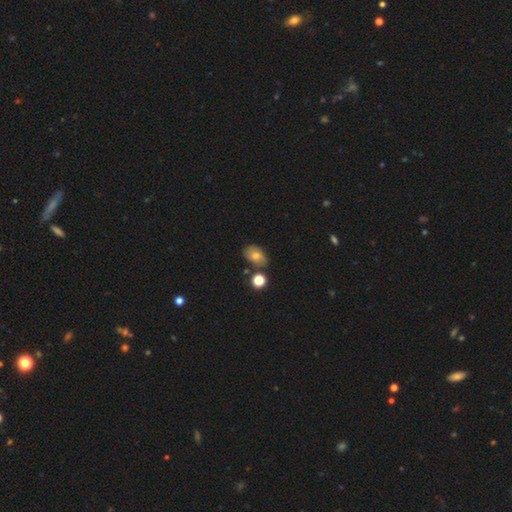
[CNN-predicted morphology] This is likely a smooth galaxy (66%). How rounded: likely in between (77%). Merging: likely none (69%).